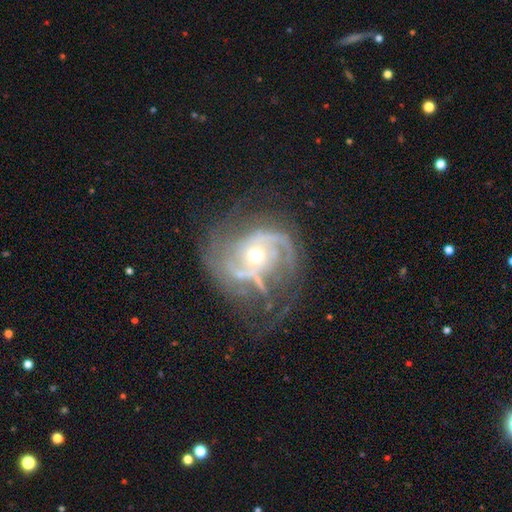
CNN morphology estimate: Smooth or featured? featured or disk (89%)
Edge-on disk? no (97%)
Bar? no (65%)
Spiral arms? yes (96%)
Spiral winding? medium (48%)
Spiral arm count? 2 (65%)
Bulge size? moderate (57%)
Merging? none (57%)